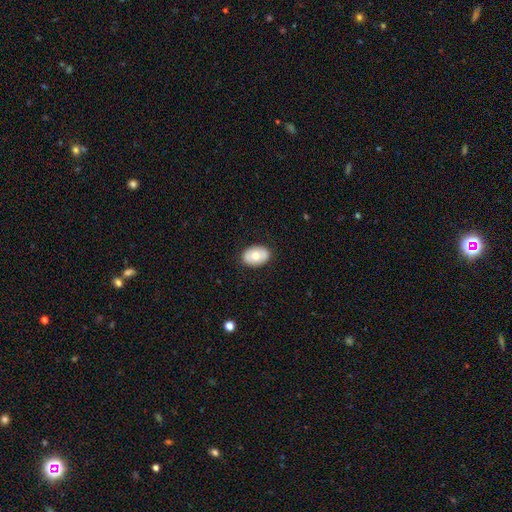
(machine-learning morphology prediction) Smooth or featured?
  - smooth: 69% *
  - featured or disk: 25%
  - star or artifact: 7%
How rounded?
  - in between: 83% *
  - round: 16%
  - cigar-shaped: 1%
Merging?
  - none: 86% *
  - minor disturbance: 10%
  - major disturbance: 2%
  - merger: 1%